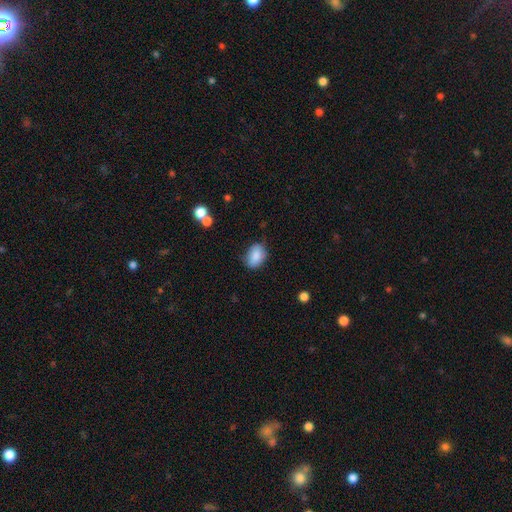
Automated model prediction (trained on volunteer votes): Smooth or featured? smooth (84%)
How rounded? in between (76%)
Merging? none (74%)